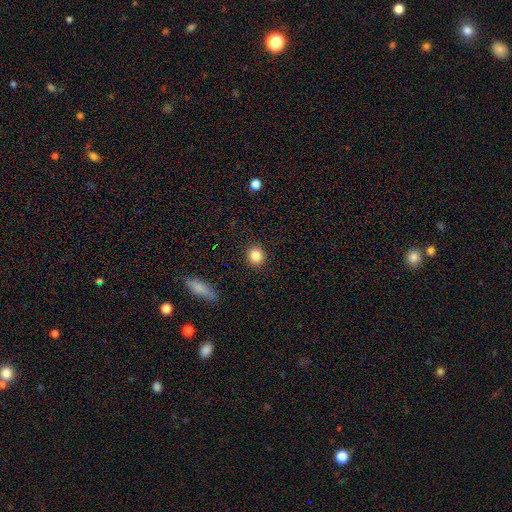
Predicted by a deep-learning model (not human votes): Smooth or featured?
  - smooth: 85% *
  - star or artifact: 9%
  - featured or disk: 5%
How rounded?
  - round: 81% *
  - in between: 17%
  - cigar-shaped: 1%
Merging?
  - none: 90% *
  - minor disturbance: 6%
  - major disturbance: 2%
  - merger: 1%